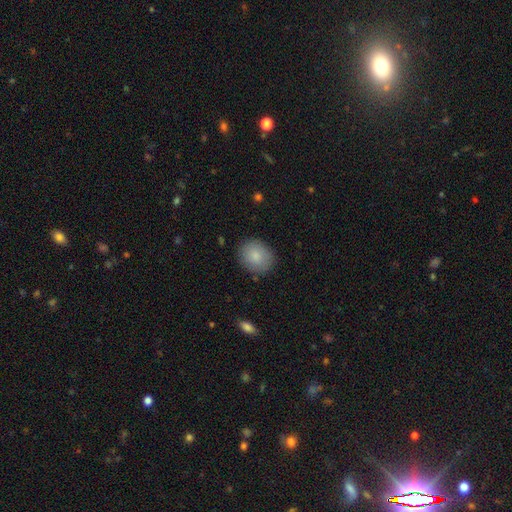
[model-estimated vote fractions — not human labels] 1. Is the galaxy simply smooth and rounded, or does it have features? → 85% smooth, 8% featured or disk, 7% star or artifact.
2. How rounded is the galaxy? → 66% round, 34% in between, 1% cigar-shaped.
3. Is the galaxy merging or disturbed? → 85% none, 11% minor disturbance, 3% major disturbance, 1% merger.